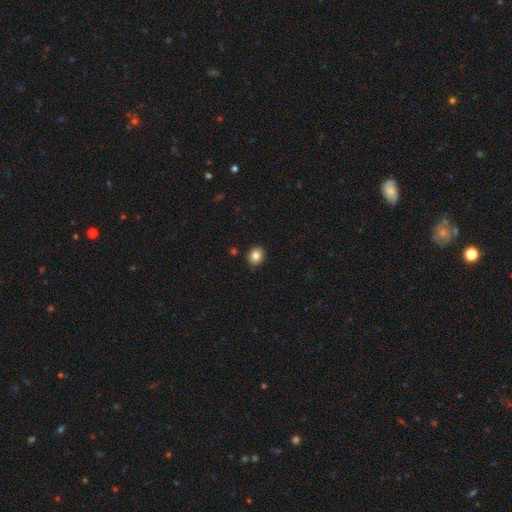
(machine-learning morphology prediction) Smooth or featured? smooth (83%)
How rounded? round (61%)
Merging? none (89%)